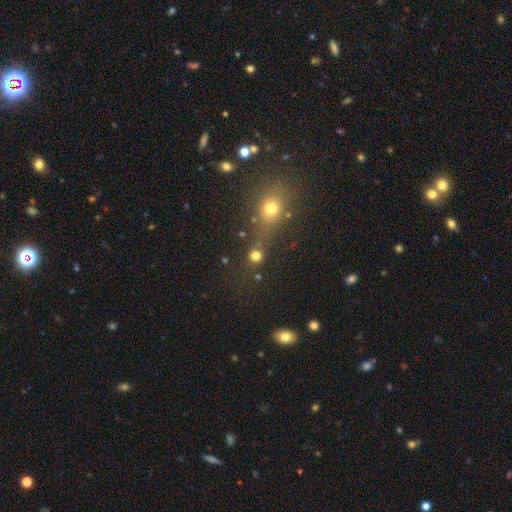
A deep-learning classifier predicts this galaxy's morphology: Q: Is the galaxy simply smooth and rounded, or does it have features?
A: smooth — 75%.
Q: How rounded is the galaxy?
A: round — 88%.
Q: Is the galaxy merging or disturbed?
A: none — 66%.